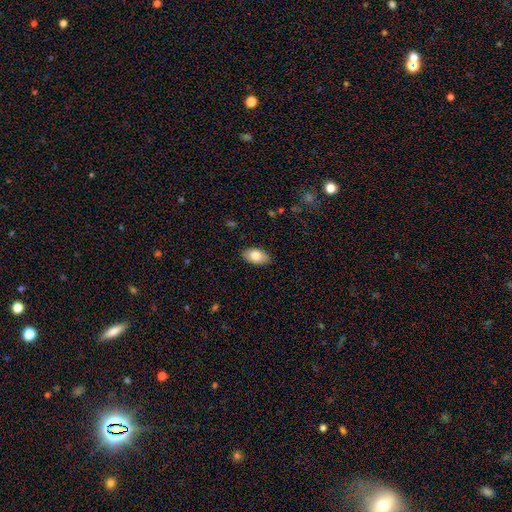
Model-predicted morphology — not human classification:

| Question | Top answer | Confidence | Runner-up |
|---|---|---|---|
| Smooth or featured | smooth | 81% | featured or disk (13%) |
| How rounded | in between | 94% | round (5%) |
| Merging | none | 88% | minor disturbance (9%) |